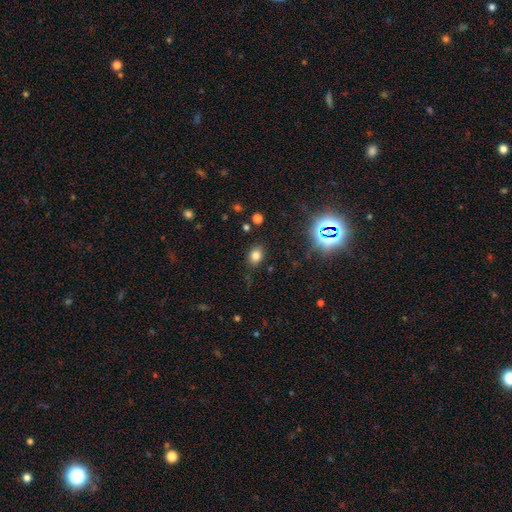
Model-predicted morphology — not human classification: smooth_or_featured: smooth (p=0.76) [alt: star or artifact p=0.17]
how_rounded: in between (p=0.58) [alt: round p=0.40]
merging: none (p=0.81) [alt: minor disturbance p=0.13]